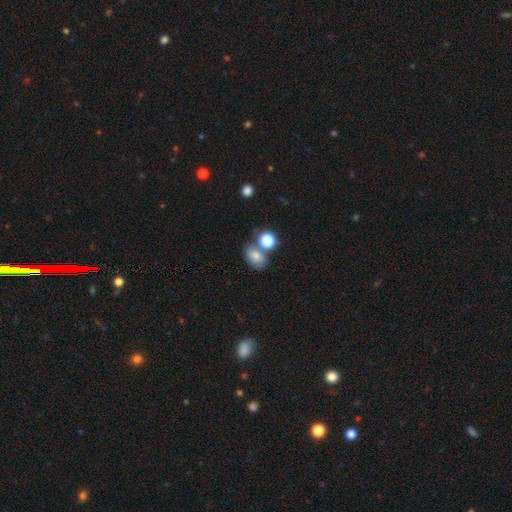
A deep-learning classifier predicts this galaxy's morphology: The model was most divided on "merging": none: 55%, merger: 23%, minor disturbance: 16%, major disturbance: 6%. More confident: smooth or featured — smooth (73%); how rounded — in between (67%).